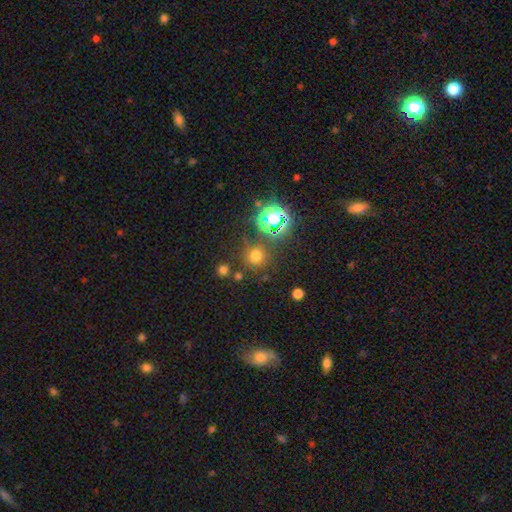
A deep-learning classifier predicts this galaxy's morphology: type=smooth (64%); roundness=round (93%); merging=none (80%).